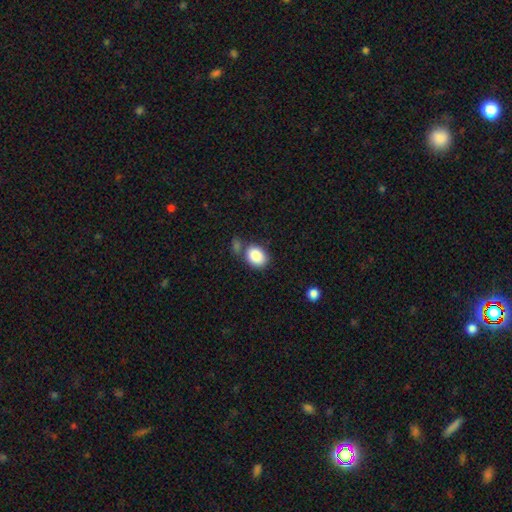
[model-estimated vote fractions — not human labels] Q: Smooth or featured?
A: smooth (87%); runner-up: star or artifact (8%)
Q: How rounded?
A: in between (69%); runner-up: round (30%)
Q: Merging?
A: none (61%); runner-up: merger (18%)